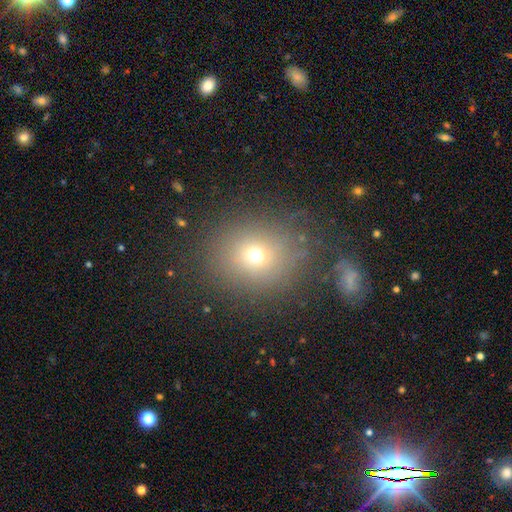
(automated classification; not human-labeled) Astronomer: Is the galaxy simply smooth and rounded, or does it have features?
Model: smooth — 66%.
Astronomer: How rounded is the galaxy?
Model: round — 72%.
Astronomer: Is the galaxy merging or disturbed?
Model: none — 80%.